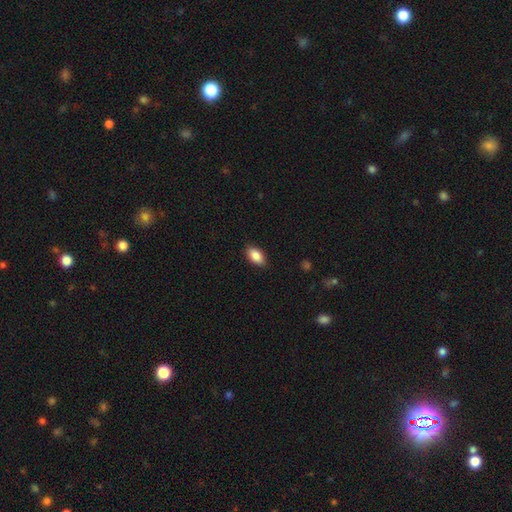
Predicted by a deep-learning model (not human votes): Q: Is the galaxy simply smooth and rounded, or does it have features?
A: smooth — 88%.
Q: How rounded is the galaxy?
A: in between — 92%.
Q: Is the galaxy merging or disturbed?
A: none — 87%.